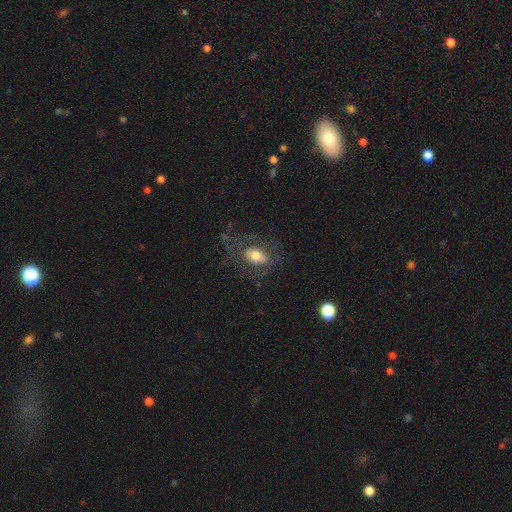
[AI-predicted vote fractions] A smooth galaxy with no disk features (57%) that is in between round and cigar-shaped (80%). Merging: none (58%).